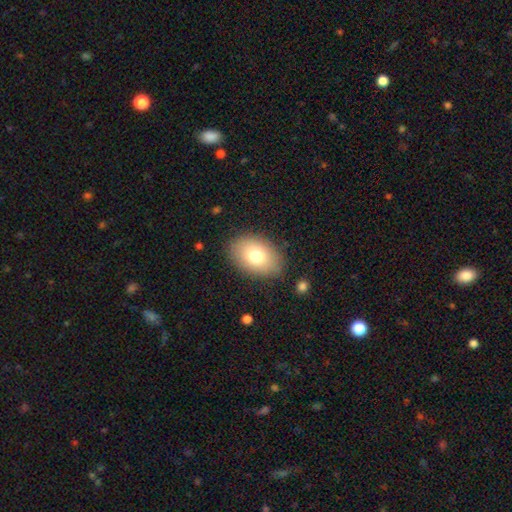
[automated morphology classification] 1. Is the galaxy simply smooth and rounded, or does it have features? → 75% smooth, 16% featured or disk, 9% star or artifact.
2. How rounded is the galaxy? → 82% in between, 17% round, 1% cigar-shaped.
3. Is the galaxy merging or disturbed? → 85% none, 10% minor disturbance, 3% major disturbance, 1% merger.